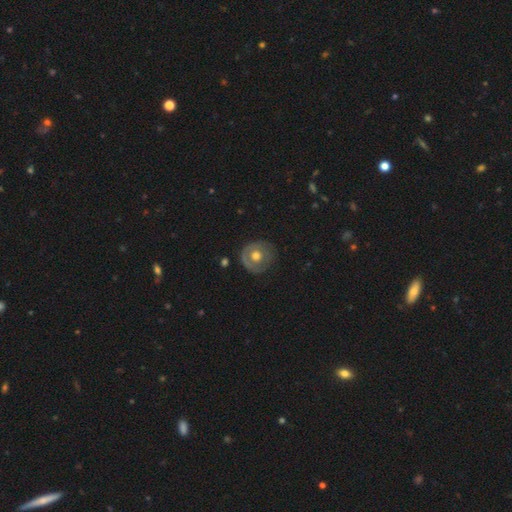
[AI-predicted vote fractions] This appears to be a featured or disk galaxy (47%, tied with smooth). Merging: none (76%).